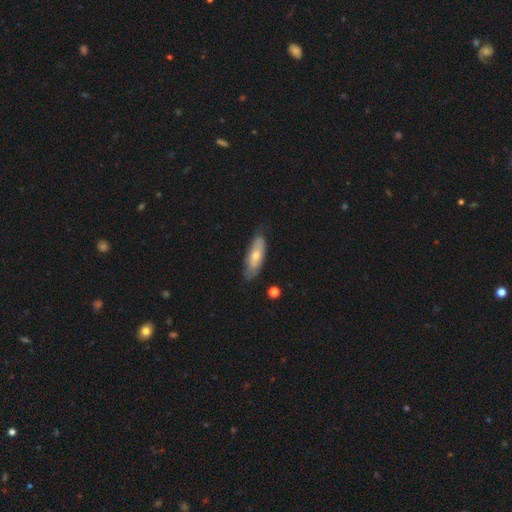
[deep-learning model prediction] smooth_or_featured: smooth (p=0.61) [alt: featured or disk p=0.33]
how_rounded: in between (p=0.65) [alt: cigar-shaped p=0.33]
merging: none (p=0.72) [alt: minor disturbance p=0.22]